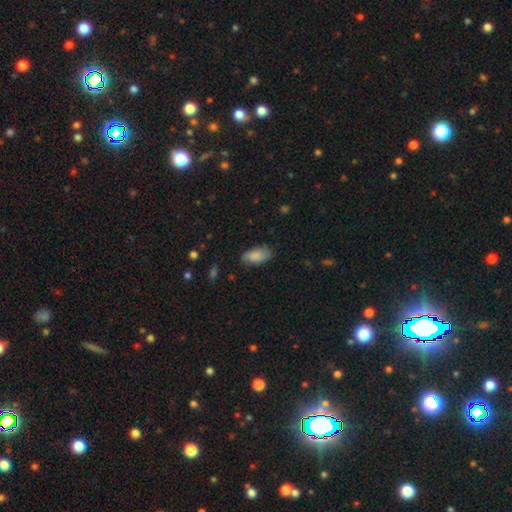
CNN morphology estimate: A smooth galaxy with no disk features (82%) that is in between round and cigar-shaped (93%). Merging: none (77%).